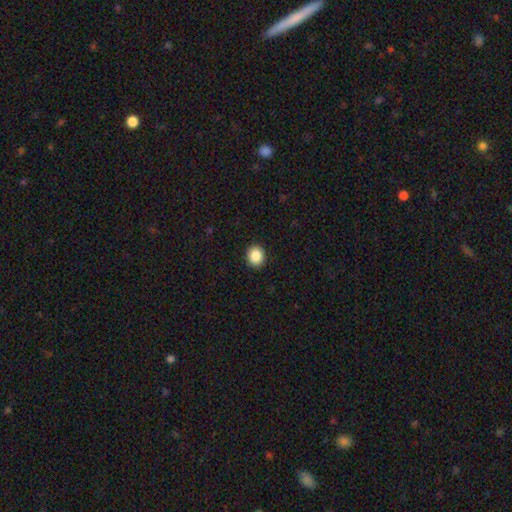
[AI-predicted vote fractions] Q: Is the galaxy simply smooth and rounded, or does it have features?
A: smooth — 88%.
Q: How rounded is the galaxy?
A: round — 79%.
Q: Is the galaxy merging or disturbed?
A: none — 92%.